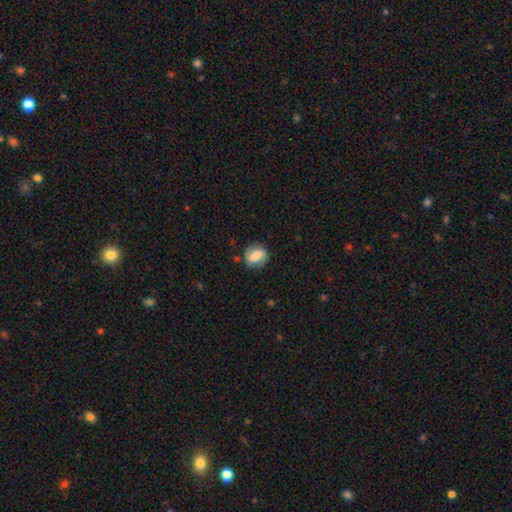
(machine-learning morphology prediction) Overall: featured or disk (58%; smooth 34%). Edge-on disk: no (98%). Bar: weak (45%; no 28%). Spiral arms: yes (89%). Spiral arm count: 2 (87%). Spiral winding: medium (44%; loose 29%). Bulge size: moderate (37%; small 24%). Merging: none (80%).